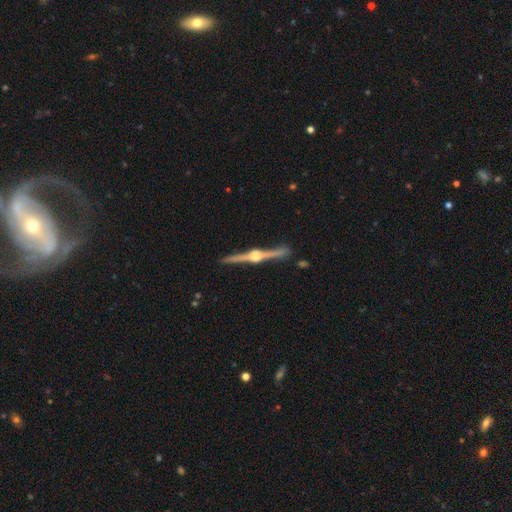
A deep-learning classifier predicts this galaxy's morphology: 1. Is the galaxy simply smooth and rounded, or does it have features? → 91% featured or disk, 5% smooth, 4% star or artifact.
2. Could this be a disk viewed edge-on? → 99% yes, 1% no.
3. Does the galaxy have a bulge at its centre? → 96% rounded, 3% boxy, 1% none.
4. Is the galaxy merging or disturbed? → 91% none, 6% minor disturbance, 2% major disturbance, 1% merger.